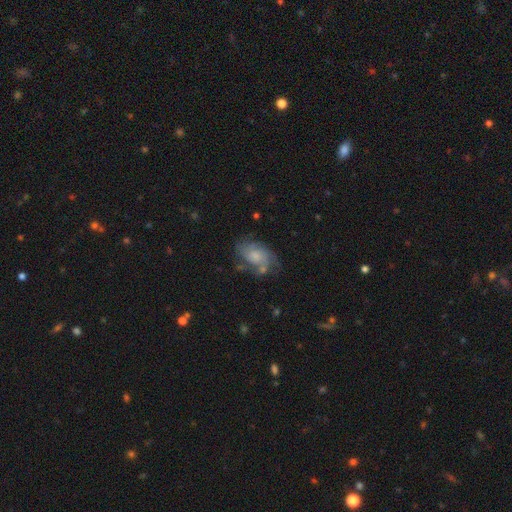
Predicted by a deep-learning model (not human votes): This is possibly a featured or disk galaxy (58%). It is clearly not viewed edge-on (96%). Bar: likely no (75%). Spiral arm pattern: likely yes (79%). Central bulge: marginally moderate (36%). Merging: possibly none (50%).